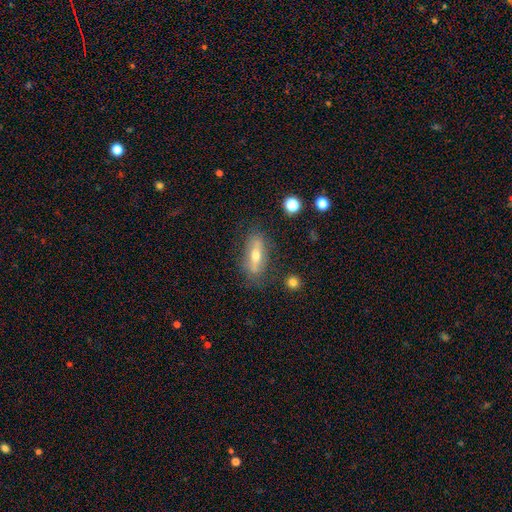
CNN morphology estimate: smooth_or_featured: featured or disk (p=0.48) [alt: smooth p=0.44]
merging: none (p=0.78) [alt: minor disturbance p=0.15]